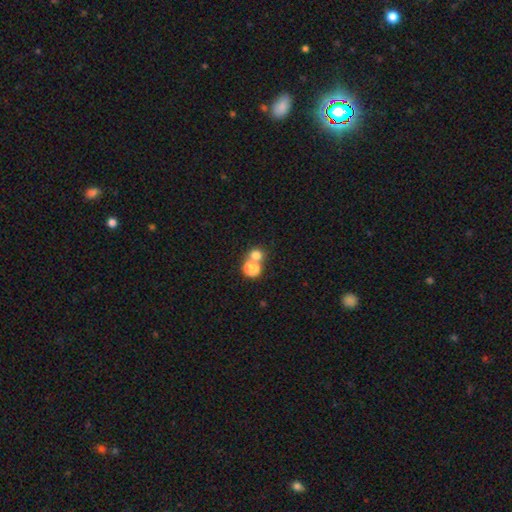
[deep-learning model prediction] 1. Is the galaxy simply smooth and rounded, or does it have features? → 75% smooth, 16% star or artifact, 9% featured or disk.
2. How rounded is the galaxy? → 78% round, 21% in between, 1% cigar-shaped.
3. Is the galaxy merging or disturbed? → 48% none, 43% merger, 6% minor disturbance, 3% major disturbance.